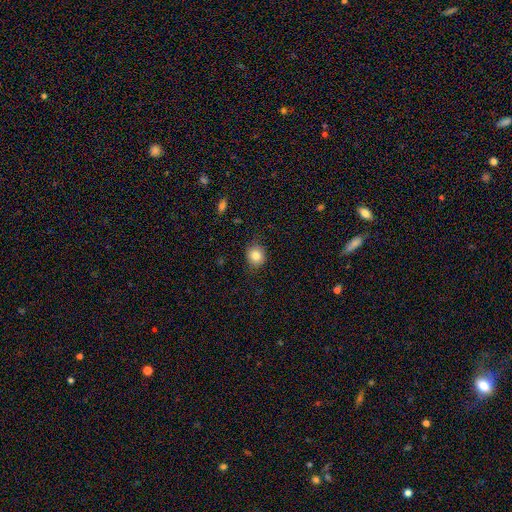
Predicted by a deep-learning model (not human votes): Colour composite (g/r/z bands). It shows a smooth galaxy with no disk features (82%) that is round (80%). Merging: none (84%).